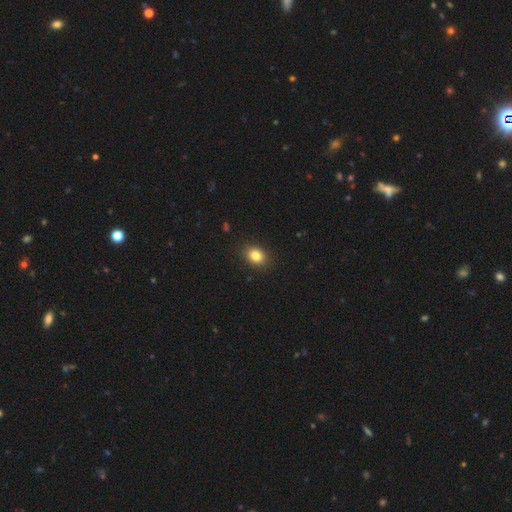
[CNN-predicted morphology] A smooth galaxy with no disk features (84%) that is in between round and cigar-shaped (58%).

Vote fractions:
- Smooth or featured? smooth: 84% / star or artifact: 10% / featured or disk: 6%
- How rounded? in between: 58% / round: 41% / cigar-shaped: 1%
- Merging? none: 88% / minor disturbance: 8% / major disturbance: 2% / merger: 1%